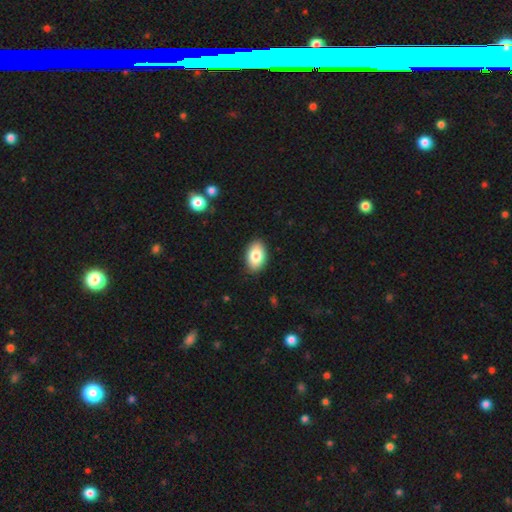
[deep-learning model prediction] This appears to be a smooth galaxy with no disk features (82%) that is in between round and cigar-shaped (92%). Merging: none (88%).